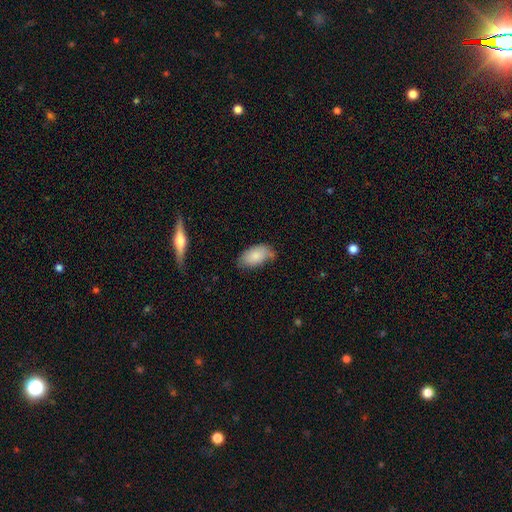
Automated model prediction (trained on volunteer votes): Smooth or featured?
  - smooth: 84% *
  - featured or disk: 10%
  - star or artifact: 7%
How rounded?
  - in between: 94% *
  - round: 3%
  - cigar-shaped: 2%
Merging?
  - none: 63% *
  - minor disturbance: 28%
  - major disturbance: 5%
  - merger: 4%